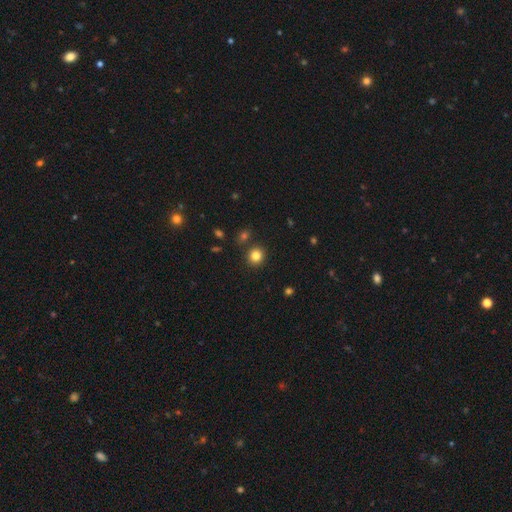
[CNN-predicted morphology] Overall: smooth (83%). How rounded: round (88%). Merging: none (86%).